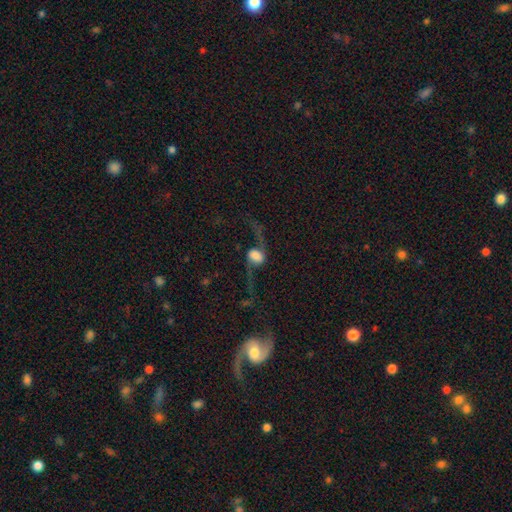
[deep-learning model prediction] This is likely a featured or disk galaxy (71%). It is clearly not viewed edge-on (87%). Bar: possibly no (51%). Spiral arm pattern: clearly yes (90%). Spiral arm count: clearly 2 (93%). Spiral winding: clearly loose (94%). Central bulge: marginally large (36%). Merging: possibly none (53%).